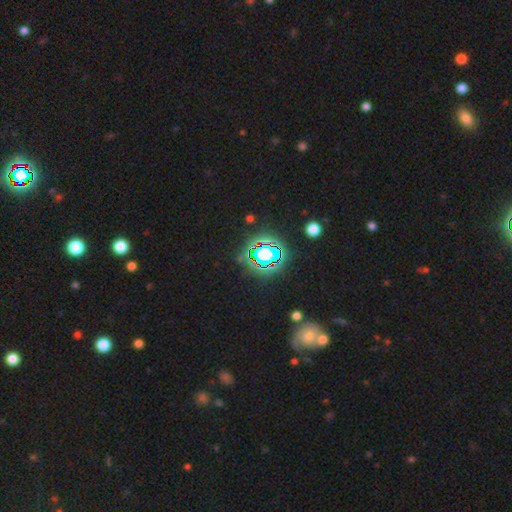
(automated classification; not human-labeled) This appears to be a star or artifact, not a galaxy (80%).